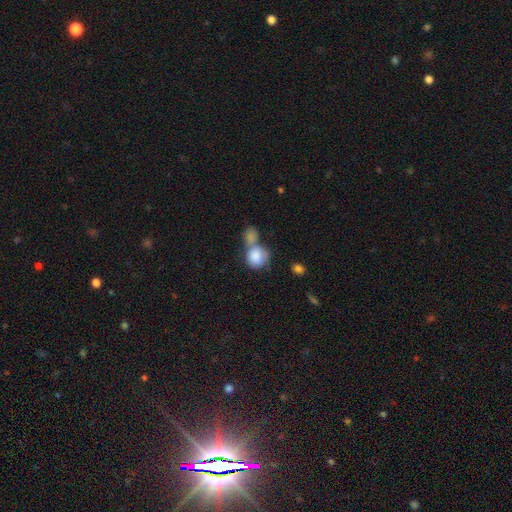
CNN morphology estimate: The model was most divided on "merging": merger: 62%, none: 22%, minor disturbance: 9%, major disturbance: 6%. More confident: smooth or featured — smooth (83%); how rounded — round (71%).